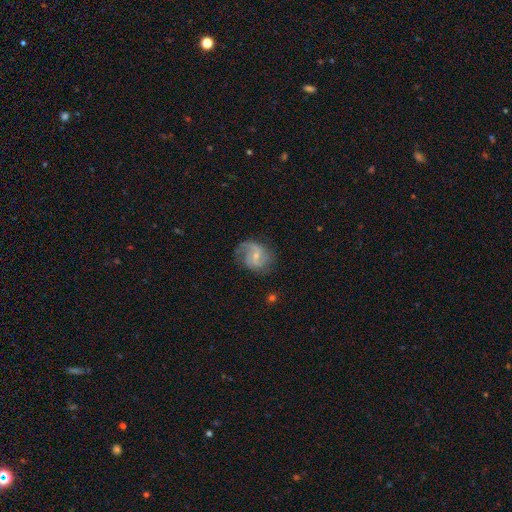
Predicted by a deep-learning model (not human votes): Smooth or featured? Predicted: featured or disk (p=0.81). Edge-on disk? Predicted: no (p=0.98). Bar? Predicted: weak (p=0.50). Spiral arms? Predicted: yes (p=0.96). Spiral winding? Predicted: medium (p=0.48). Spiral arm count? Predicted: 2 (p=0.70). Bulge size? Predicted: small (p=0.63). Merging? Predicted: none (p=0.67).